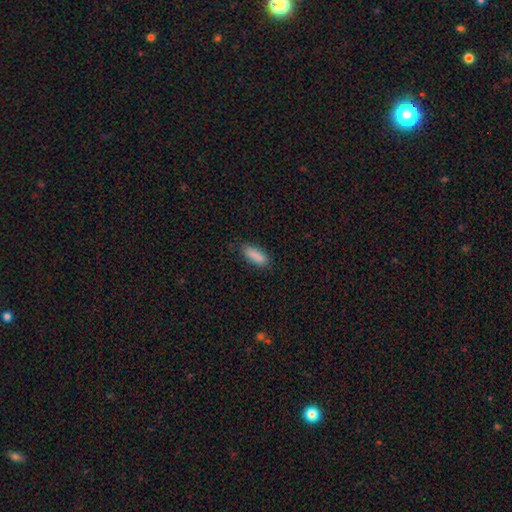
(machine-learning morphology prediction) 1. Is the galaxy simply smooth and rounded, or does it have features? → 88% smooth, 7% star or artifact, 5% featured or disk.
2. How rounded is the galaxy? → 61% in between, 37% cigar-shaped, 2% round.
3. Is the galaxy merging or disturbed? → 82% none, 14% minor disturbance, 3% major disturbance, 1% merger.